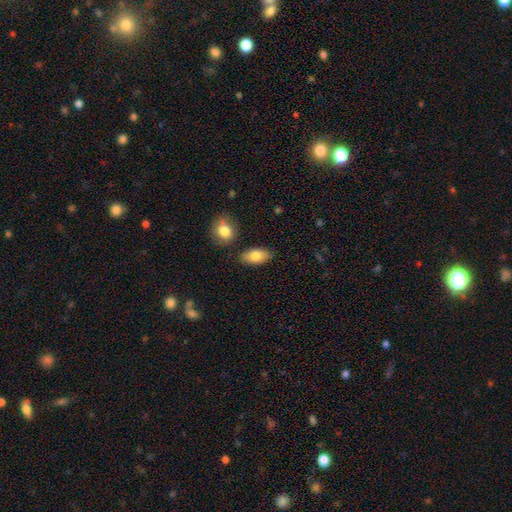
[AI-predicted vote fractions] A smooth galaxy with no disk features (82%) that is in between round and cigar-shaped (92%).

Vote fractions:
- Smooth or featured? smooth: 82% / featured or disk: 12% / star or artifact: 7%
- How rounded? in between: 92% / round: 5% / cigar-shaped: 3%
- Merging? none: 81% / minor disturbance: 12% / merger: 5% / major disturbance: 3%